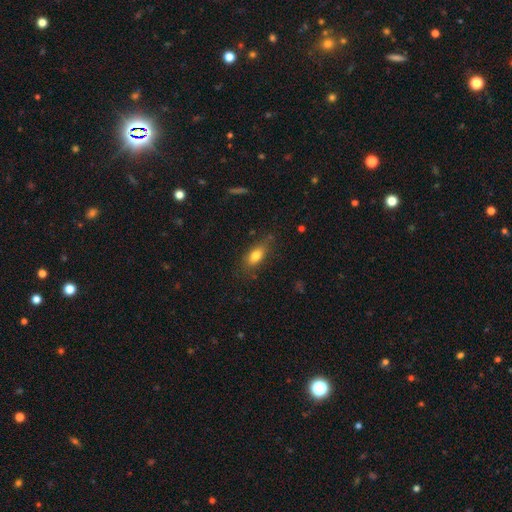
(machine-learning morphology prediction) Smooth or featured? Predicted: smooth (p=0.78). How rounded? Predicted: in between (p=0.80). Merging? Predicted: none (p=0.73).